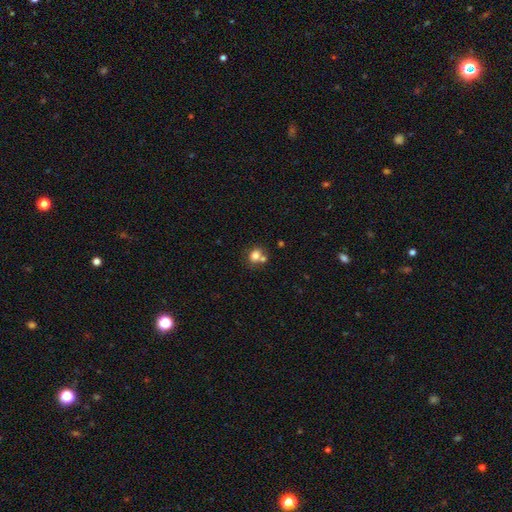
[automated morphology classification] Smooth or featured?
  - smooth: 77% *
  - star or artifact: 12%
  - featured or disk: 11%
How rounded?
  - round: 65% *
  - in between: 34%
  - cigar-shaped: 1%
Merging?
  - none: 50% *
  - merger: 36%
  - minor disturbance: 10%
  - major disturbance: 4%